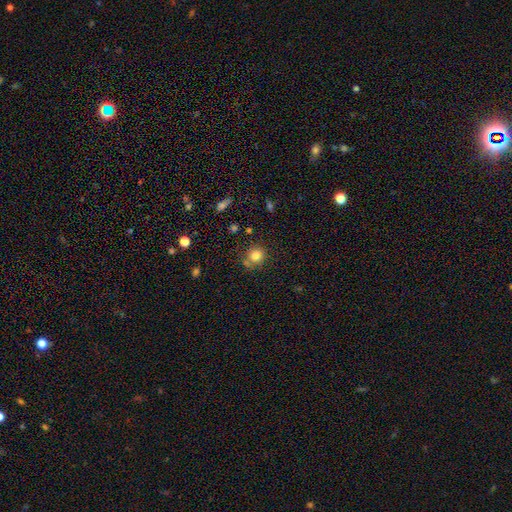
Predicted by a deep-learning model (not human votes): smooth 80%, star or artifact 12%, featured or disk 7%. Down the decision tree: how rounded — round (89%); merging — none (73%).